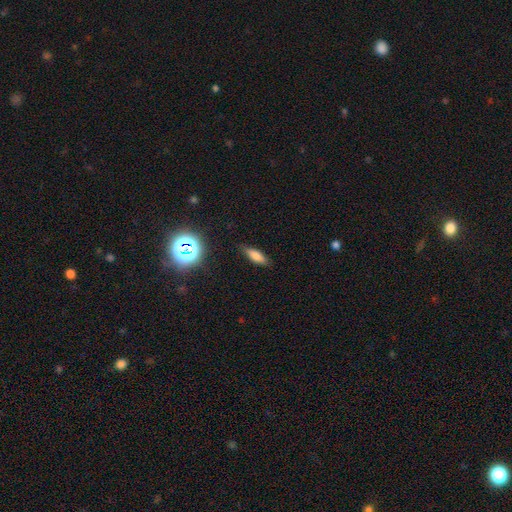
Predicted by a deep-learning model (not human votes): Morphology: type=smooth (73%); roundness=in between (53%); merging=none (83%).